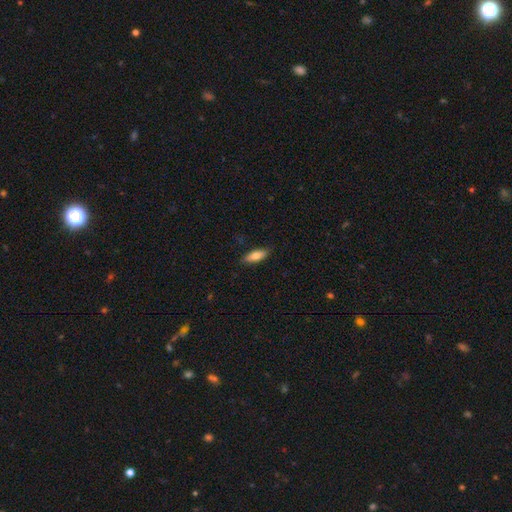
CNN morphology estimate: type=smooth (77%); roundness=in between (67%); merging=none (86%).